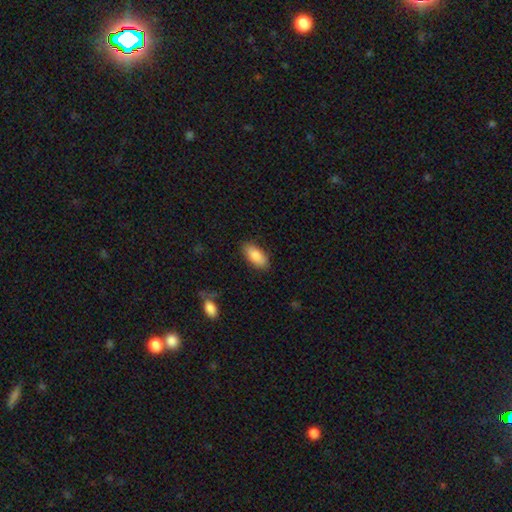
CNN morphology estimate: Overall: smooth (87%). How rounded: in between (89%). Merging: none (85%).